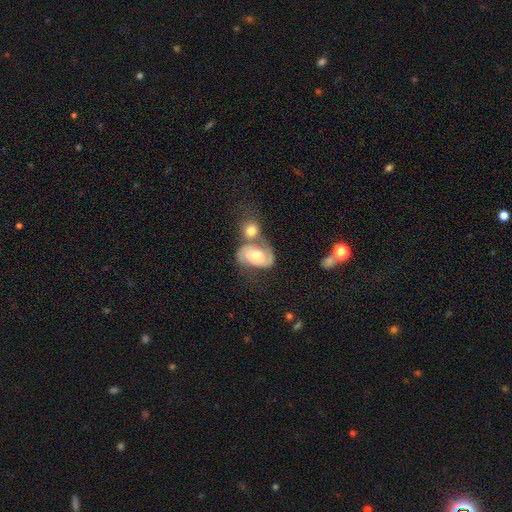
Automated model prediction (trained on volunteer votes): Smooth or featured?
  - featured or disk: 74% *
  - smooth: 19%
  - star or artifact: 6%
Edge-on disk?
  - no: 97% *
  - yes: 3%
Bar?
  - no: 57% *
  - weak: 34%
  - strong: 9%
Spiral arms?
  - yes: 92% *
  - no: 8%
Spiral winding?
  - medium: 47% *
  - tight: 34%
  - loose: 19%
Spiral arm count?
  - 2: 83% *
  - can't tell: 7%
  - 1: 7%
  - 3: 2%
  - 4: 1%
  - more than 4: 1%
Bulge size?
  - moderate: 57% *
  - small: 22%
  - large: 15%
  - none: 4%
  - dominant: 2%
Merging?
  - merger: 52% *
  - none: 26%
  - minor disturbance: 12%
  - major disturbance: 10%